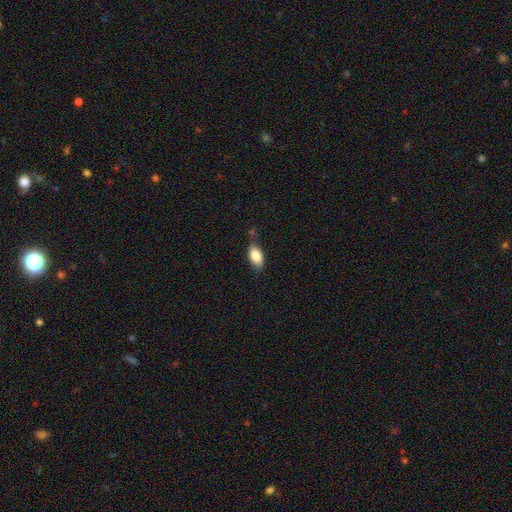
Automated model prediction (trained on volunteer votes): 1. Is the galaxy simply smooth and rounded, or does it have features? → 81% smooth, 12% featured or disk, 7% star or artifact.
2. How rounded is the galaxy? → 89% in between, 6% cigar-shaped, 5% round.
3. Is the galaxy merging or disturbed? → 64% none, 26% minor disturbance, 6% major disturbance, 5% merger.